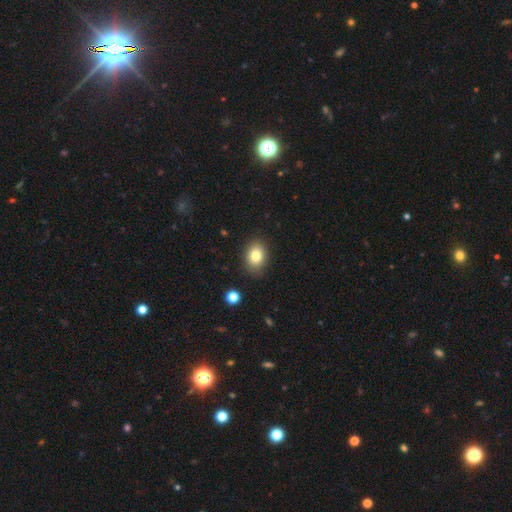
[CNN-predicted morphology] type=smooth (82%); roundness=in between (71%); merging=none (86%).